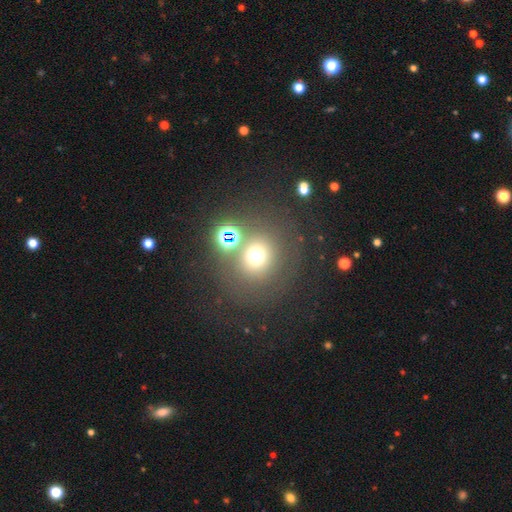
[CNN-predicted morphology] Smooth or featured?
  - smooth: 65% *
  - star or artifact: 24%
  - featured or disk: 11%
How rounded?
  - round: 87% *
  - in between: 12%
  - cigar-shaped: 1%
Merging?
  - none: 70% *
  - merger: 13%
  - minor disturbance: 10%
  - major disturbance: 7%